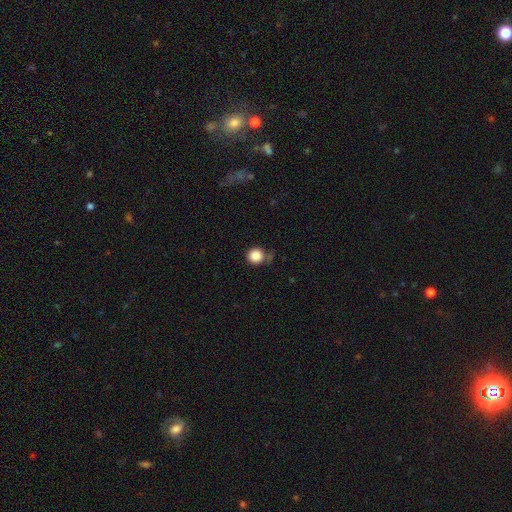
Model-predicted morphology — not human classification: The model was most divided on "merging": none: 70%, minor disturbance: 18%, major disturbance: 6%, merger: 6%. More confident: how rounded — round (93%); smooth or featured — smooth (86%).